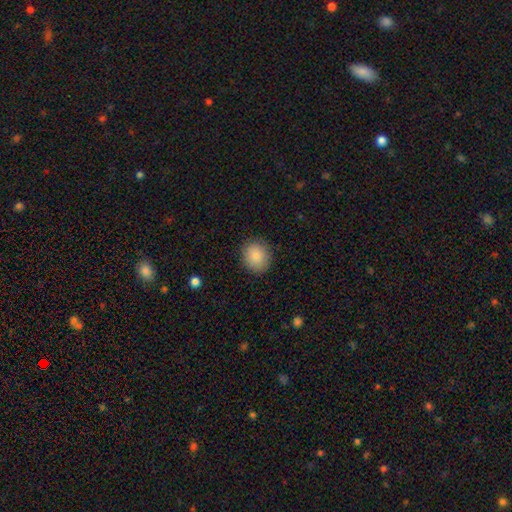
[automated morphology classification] type=smooth (85%); roundness=round (72%); merging=none (86%).